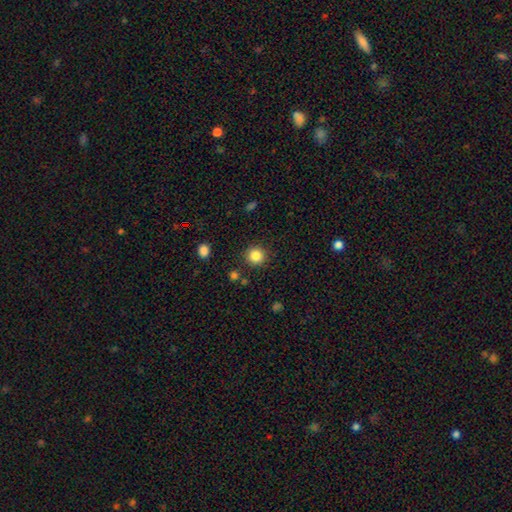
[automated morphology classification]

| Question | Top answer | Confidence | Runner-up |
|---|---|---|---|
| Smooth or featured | smooth | 85% | star or artifact (11%) |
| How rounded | round | 93% | in between (6%) |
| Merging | none | 88% | minor disturbance (7%) |